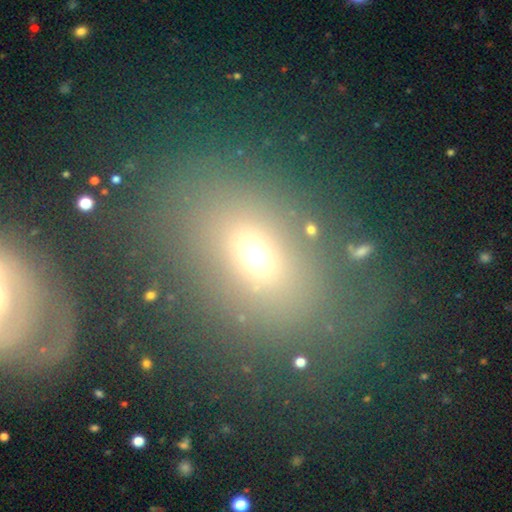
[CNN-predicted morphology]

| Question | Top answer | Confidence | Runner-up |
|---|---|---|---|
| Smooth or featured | smooth | 61% | star or artifact (22%) |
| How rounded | in between | 66% | round (31%) |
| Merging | none | 70% | minor disturbance (13%) |